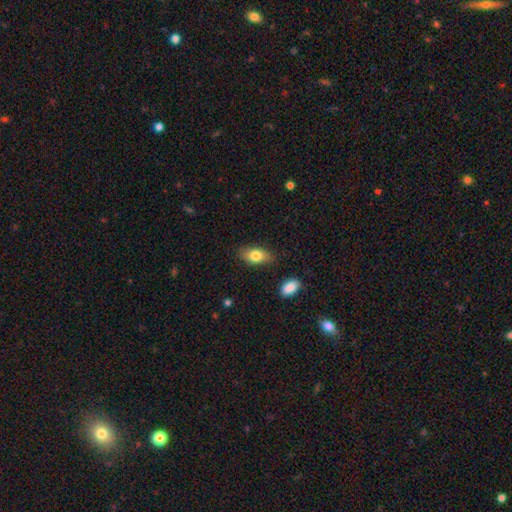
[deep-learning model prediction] smooth 79%, featured or disk 14%, star or artifact 7%. Down the decision tree: how rounded — in between (87%); merging — none (82%).